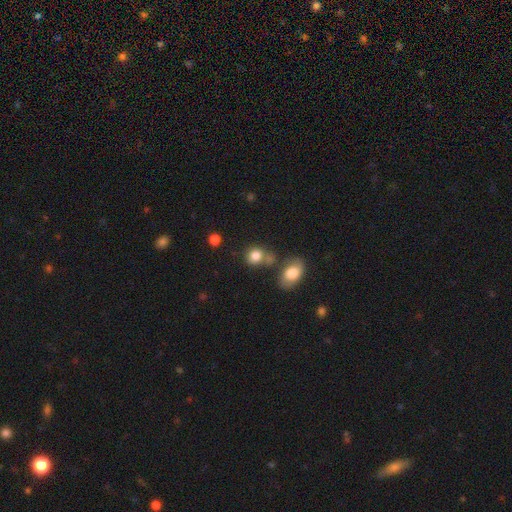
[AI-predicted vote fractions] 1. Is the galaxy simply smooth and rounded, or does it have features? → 82% smooth, 10% star or artifact, 8% featured or disk.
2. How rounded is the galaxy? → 67% round, 32% in between, 1% cigar-shaped.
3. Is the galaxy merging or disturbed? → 56% none, 24% merger, 14% minor disturbance, 6% major disturbance.